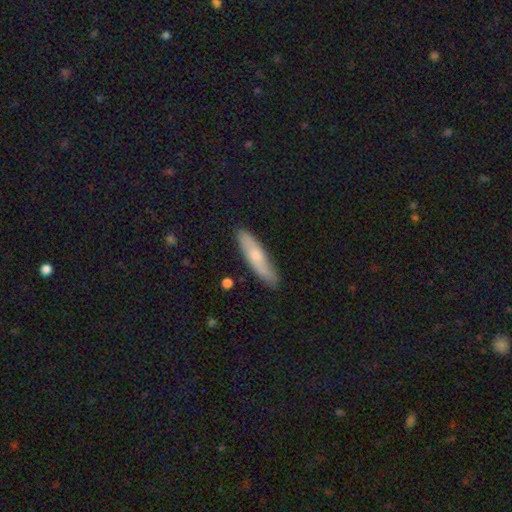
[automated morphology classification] Overall: smooth (64%; featured or disk 30%). How rounded: cigar-shaped (77%). Merging: none (84%).